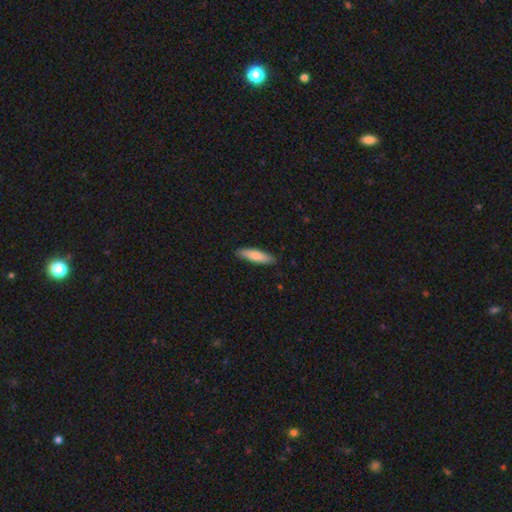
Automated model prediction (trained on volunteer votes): smooth 78%, featured or disk 17%, star or artifact 5%. Down the decision tree: how rounded — cigar-shaped (67%); merging — none (88%).